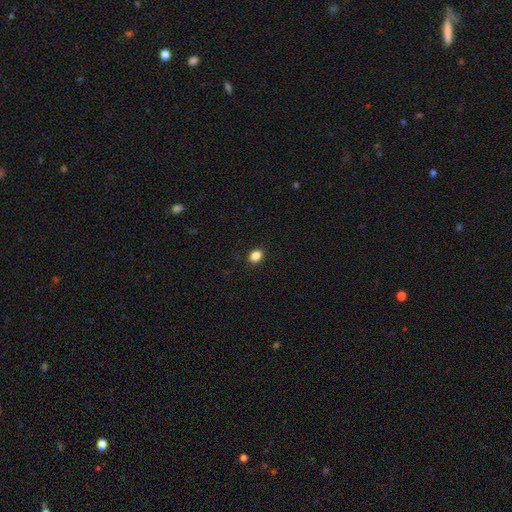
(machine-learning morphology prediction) This is clearly a smooth galaxy (87%). How rounded: likely in between (70%). Merging: clearly none (90%).